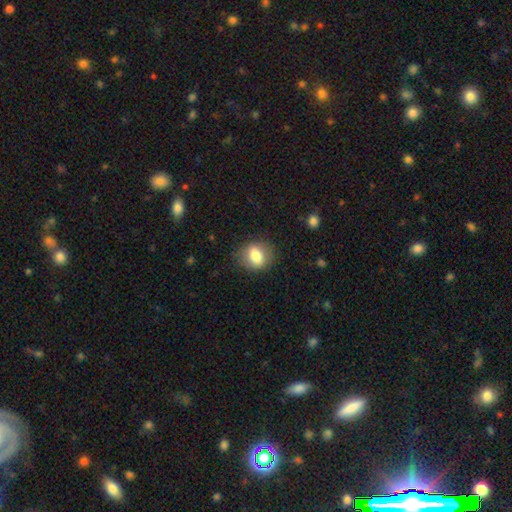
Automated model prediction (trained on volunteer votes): This appears to be a smooth galaxy with no disk features (77%) that is round (55%). Merging: none (82%).